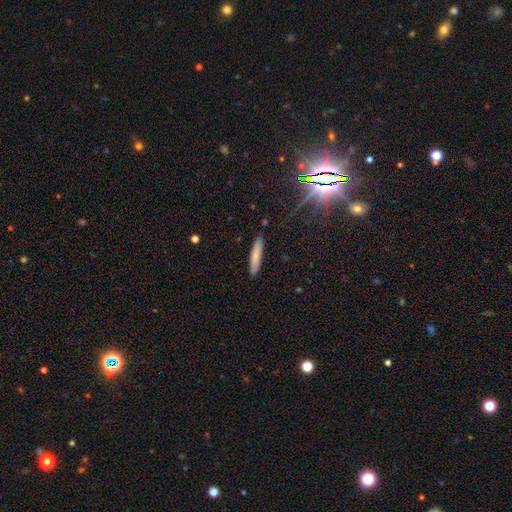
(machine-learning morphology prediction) This appears to be a smooth galaxy with no disk features (73%) that is cigar-shaped (91%). Merging: none (89%).